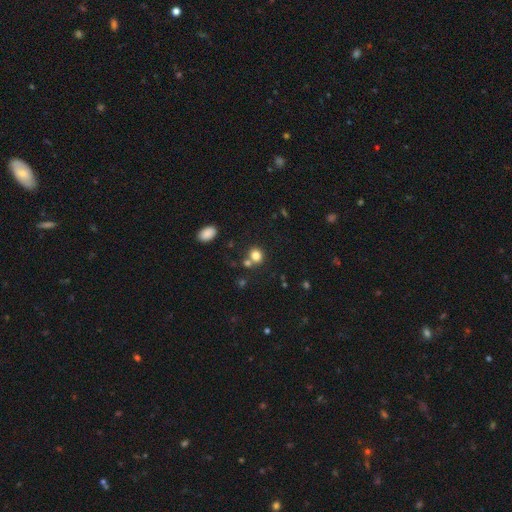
Smooth or featured? smooth (88%)
How rounded? round (71%)
Merging? none (67%)